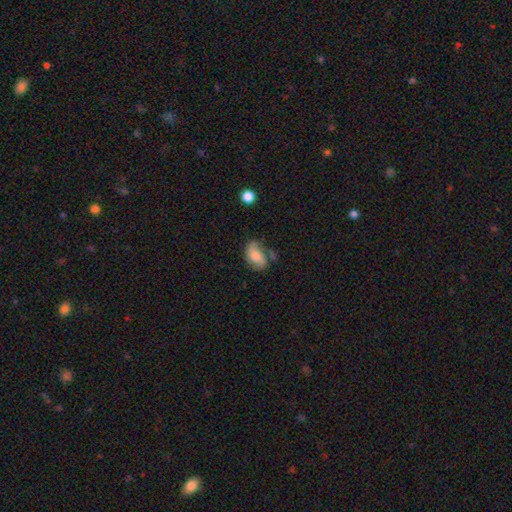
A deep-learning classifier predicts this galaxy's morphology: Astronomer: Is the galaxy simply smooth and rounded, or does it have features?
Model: smooth — 53% (runner-up: featured or disk, 37%).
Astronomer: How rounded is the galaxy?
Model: in between — 87%.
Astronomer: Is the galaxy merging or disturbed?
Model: none — 47% (runner-up: minor disturbance, 29%).